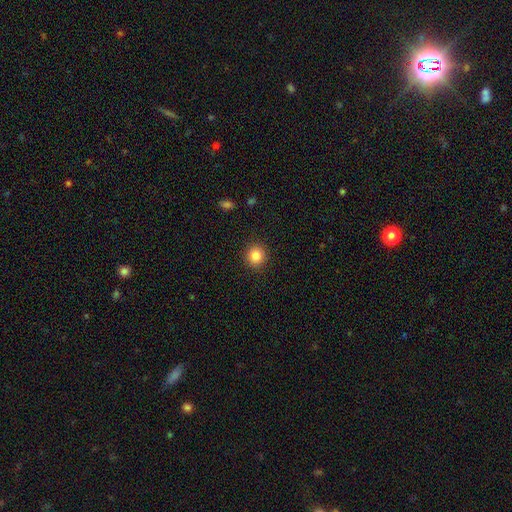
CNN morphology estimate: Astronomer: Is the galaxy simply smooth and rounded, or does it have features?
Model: smooth — 84%.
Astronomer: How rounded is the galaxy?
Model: round — 90%.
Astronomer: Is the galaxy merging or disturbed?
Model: none — 91%.